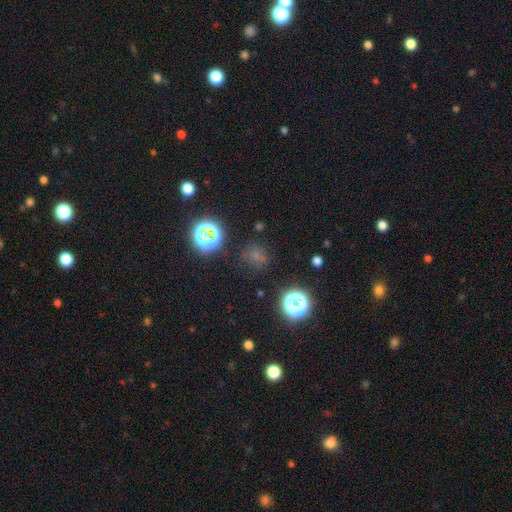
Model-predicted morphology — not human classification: smooth 56%, star or artifact 35%, featured or disk 9%. Down the decision tree: how rounded — round (83%); merging — none (75%).